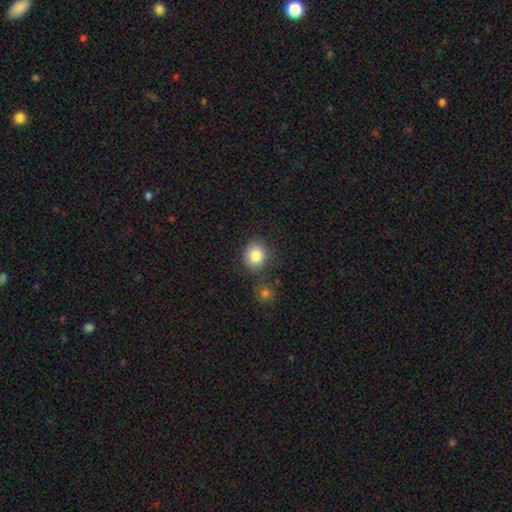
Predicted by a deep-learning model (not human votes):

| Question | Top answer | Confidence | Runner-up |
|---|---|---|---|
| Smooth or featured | smooth | 84% | star or artifact (9%) |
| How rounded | round | 82% | in between (17%) |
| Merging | none | 74% | minor disturbance (12%) |